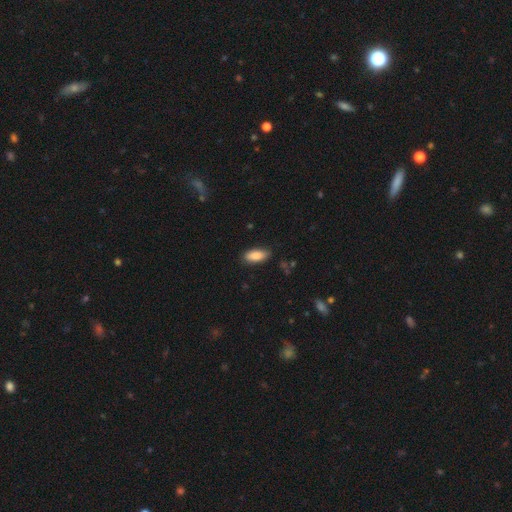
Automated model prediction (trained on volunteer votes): Smooth or featured? smooth (87%)
How rounded? in between (83%)
Merging? none (84%)